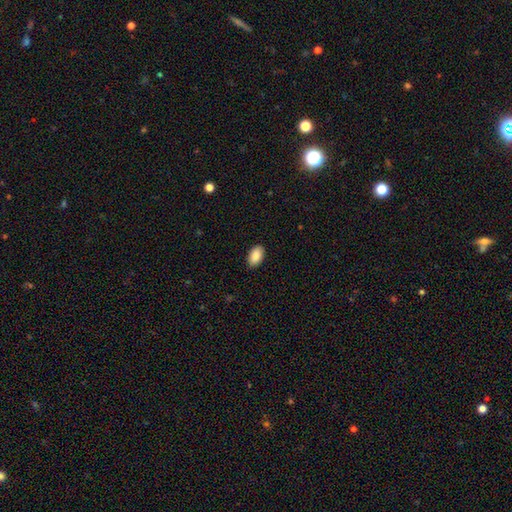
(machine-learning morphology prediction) A smooth galaxy with no disk features (89%) that is in between round and cigar-shaped (94%).

Vote fractions:
- Smooth or featured? smooth: 89% / star or artifact: 7% / featured or disk: 4%
- How rounded? in between: 94% / round: 5% / cigar-shaped: 1%
- Merging? none: 90% / minor disturbance: 8% / major disturbance: 2% / merger: 1%